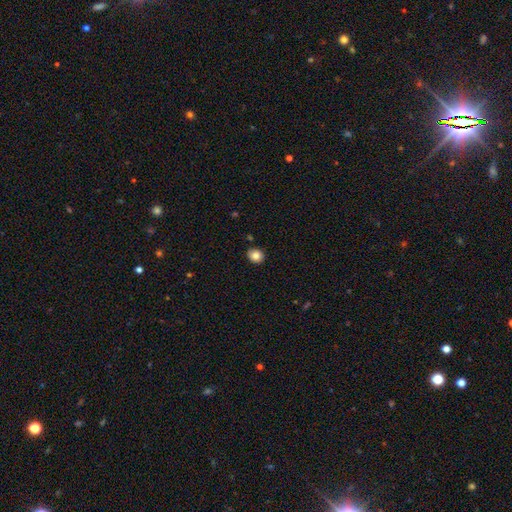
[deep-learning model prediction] smooth_or_featured: smooth (p=0.82) [alt: star or artifact p=0.10]
how_rounded: round (p=0.73) [alt: in between p=0.26]
merging: none (p=0.87) [alt: minor disturbance p=0.09]